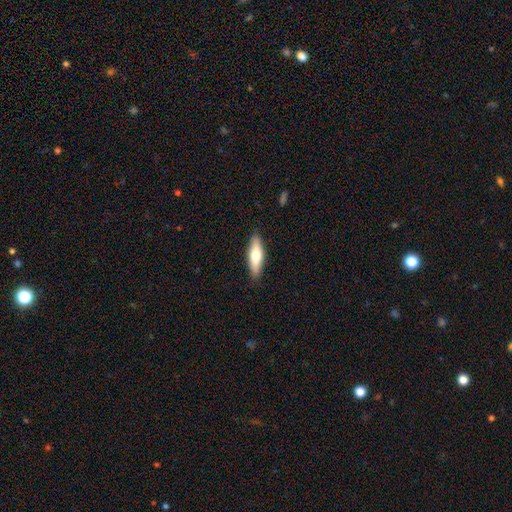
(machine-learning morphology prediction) This appears to be a smooth galaxy with no disk features (65%) that is cigar-shaped (52%). Merging: none (88%).